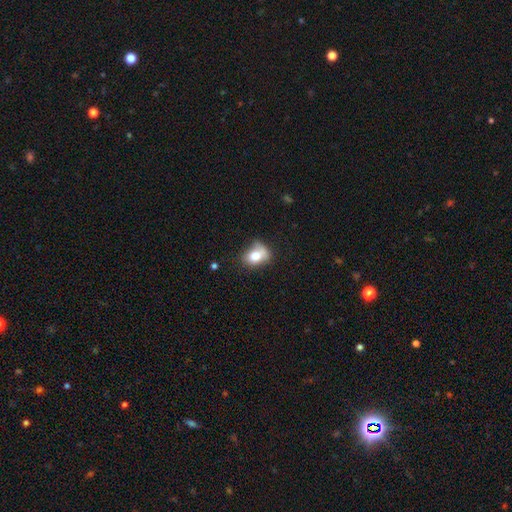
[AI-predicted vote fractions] This appears to be a smooth galaxy with no disk features (75%) that is in between round and cigar-shaped (65%). Merging: none (39%).